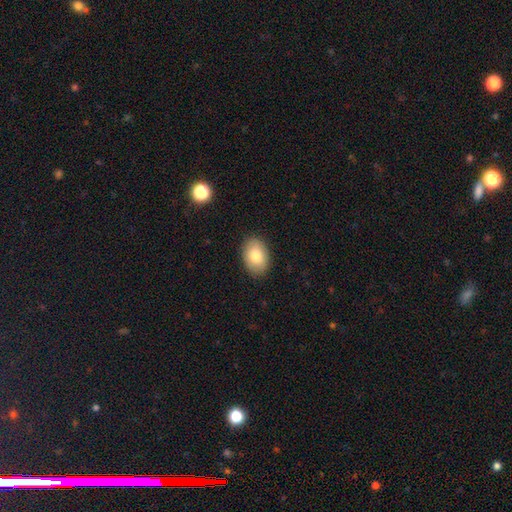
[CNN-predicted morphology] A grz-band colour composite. It shows a smooth galaxy with no disk features (82%) that is in between round and cigar-shaped (86%). Merging: none (88%).